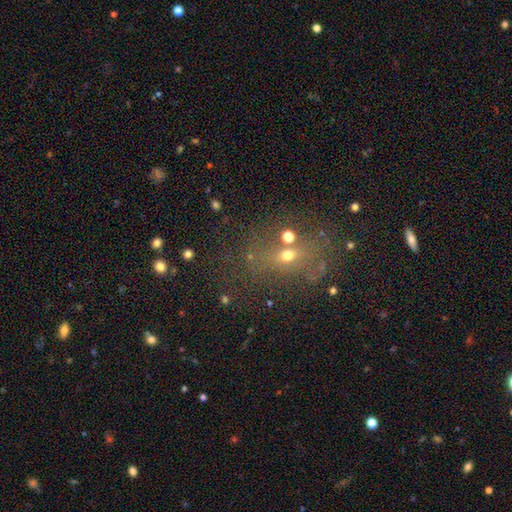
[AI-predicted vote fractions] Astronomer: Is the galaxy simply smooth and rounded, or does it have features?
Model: star or artifact — 47% (runner-up: smooth, 35%).